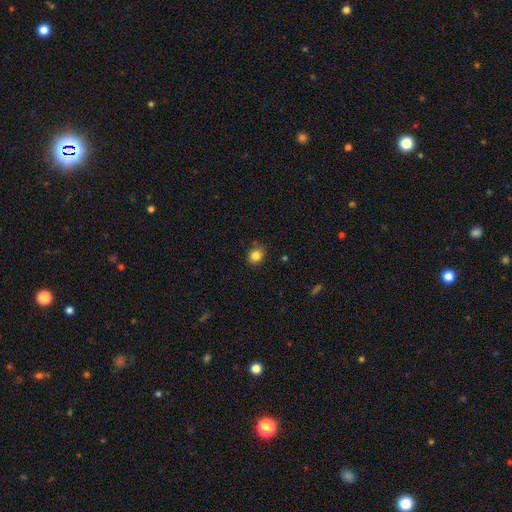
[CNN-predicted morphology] smooth 84%, star or artifact 11%, featured or disk 5%. Down the decision tree: how rounded — round (69%); merging — none (81%).